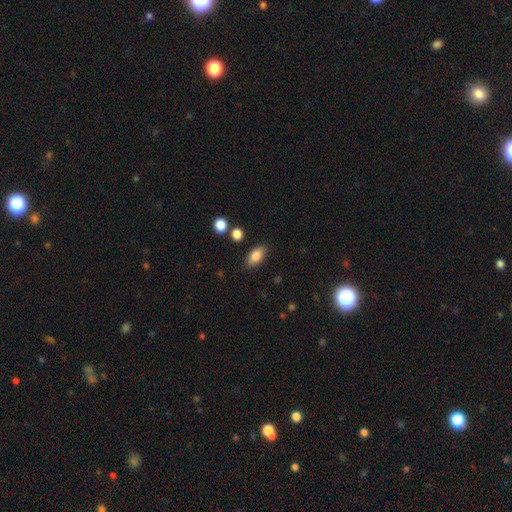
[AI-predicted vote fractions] Q: Smooth or featured?
A: smooth (85%); runner-up: star or artifact (8%)
Q: How rounded?
A: in between (89%); runner-up: round (7%)
Q: Merging?
A: none (83%); runner-up: minor disturbance (11%)